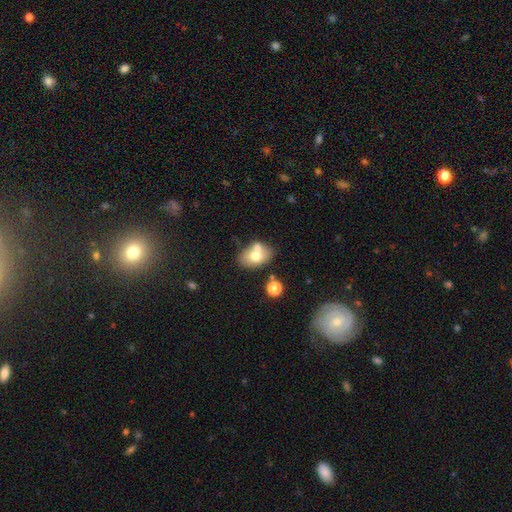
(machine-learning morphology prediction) smooth-or-featured: smooth: 68% | featured or disk: 23% | star or artifact: 9%
  how-rounded: in between: 79% | round: 20% | cigar-shaped: 1%
  merging: none: 53% | merger: 29% | minor disturbance: 14% | major disturbance: 4%